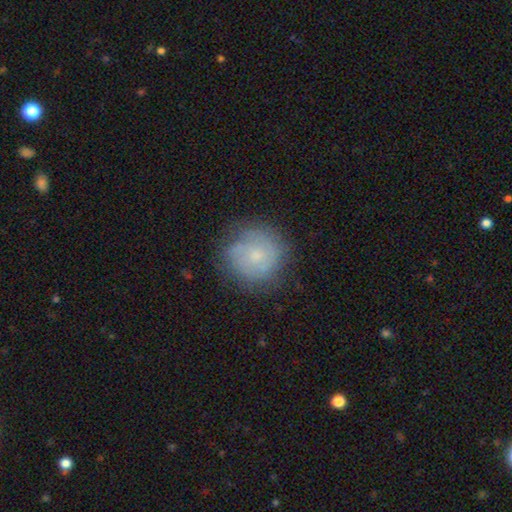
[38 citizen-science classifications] This is possibly a smooth galaxy (53%). How rounded: clearly round (95%). Merging: likely none (69%).